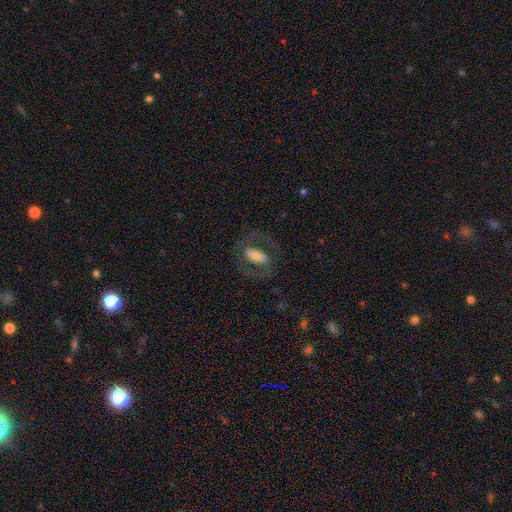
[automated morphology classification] Smooth or featured: featured or disk — 54% (smooth — 39%)
Edge-on disk: no — 92% (yes — 8%)
Merging: none — 70% (major disturbance — 16%)